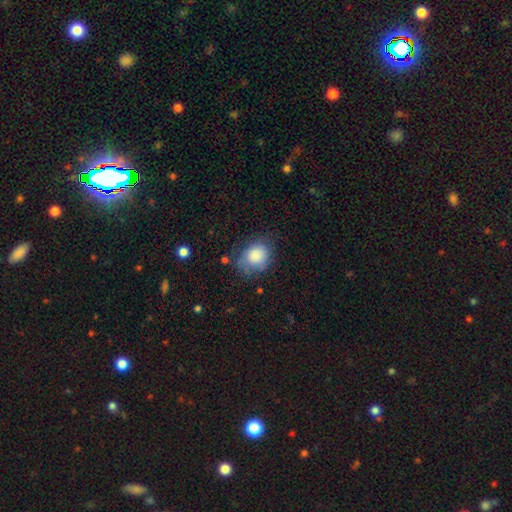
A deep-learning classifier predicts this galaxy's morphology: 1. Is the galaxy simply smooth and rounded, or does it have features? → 85% smooth, 8% star or artifact, 8% featured or disk.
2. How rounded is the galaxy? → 53% round, 46% in between, 1% cigar-shaped.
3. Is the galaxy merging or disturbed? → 61% none, 26% minor disturbance, 10% major disturbance, 3% merger.